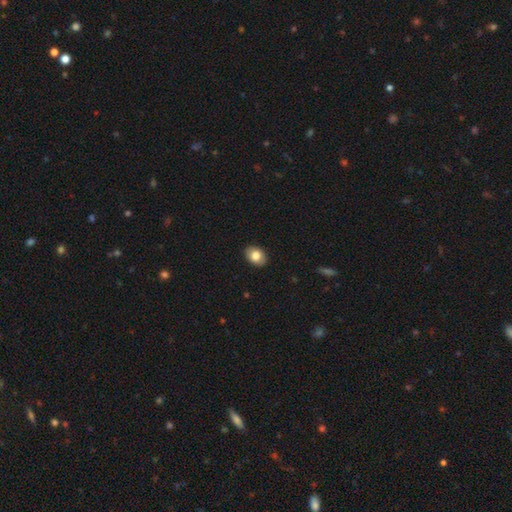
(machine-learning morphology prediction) Smooth or featured? smooth (81%)
How rounded? in between (77%)
Merging? none (90%)